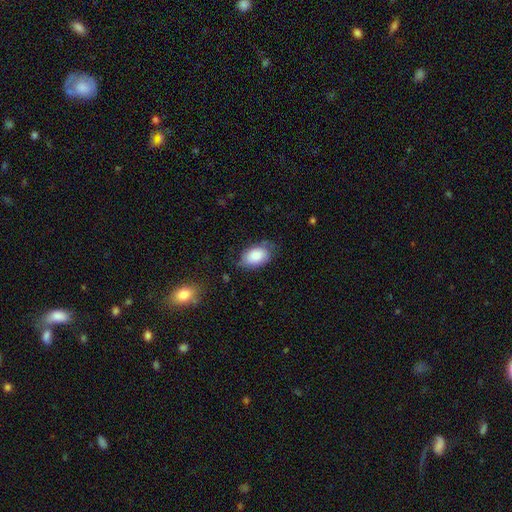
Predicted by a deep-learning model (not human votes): smooth 76%, featured or disk 17%, star or artifact 7%. Down the decision tree: how rounded — in between (90%); merging — none (61%).